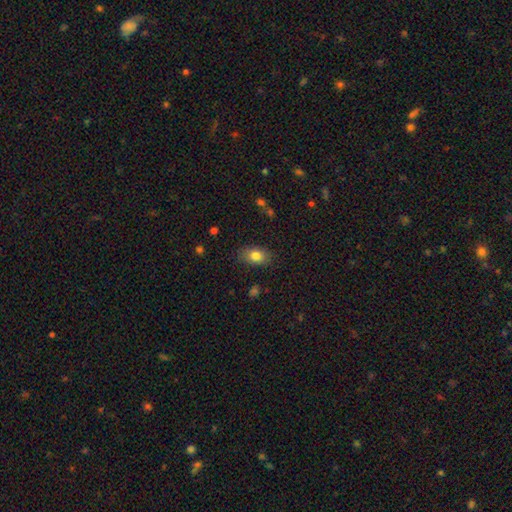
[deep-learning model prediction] Overall: smooth (81%). How rounded: in between (84%). Merging: none (83%).